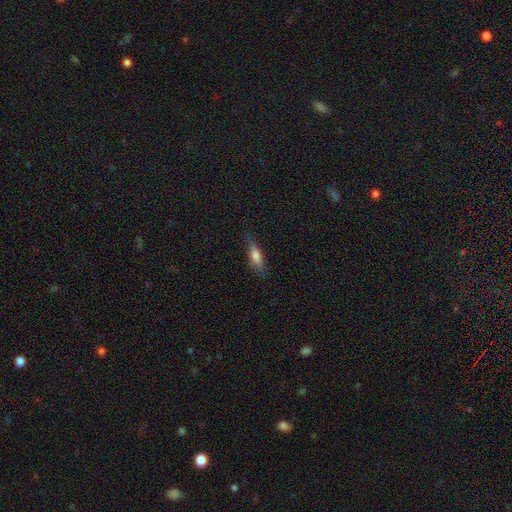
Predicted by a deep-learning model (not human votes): Smooth or featured: smooth — 75% (featured or disk — 18%)
How rounded: in between — 52% (cigar-shaped — 46%)
Merging: none — 74% (minor disturbance — 20%)